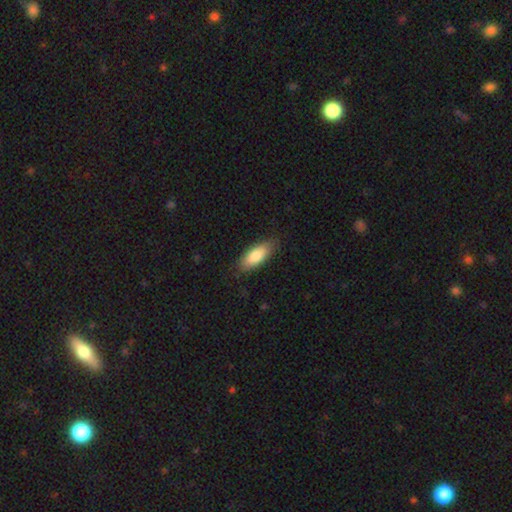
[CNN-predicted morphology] This is clearly a smooth galaxy (83%). How rounded: likely in between (78%). Merging: clearly none (82%).